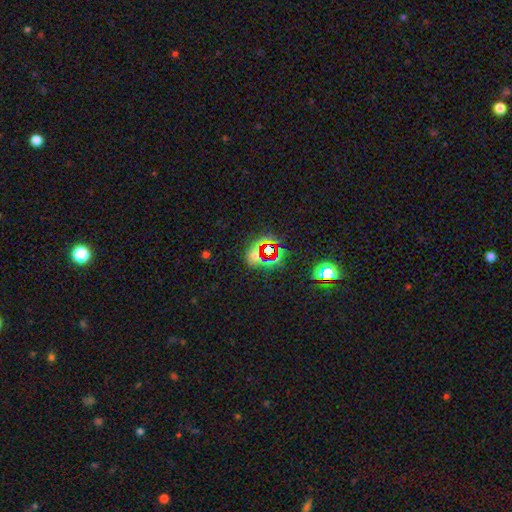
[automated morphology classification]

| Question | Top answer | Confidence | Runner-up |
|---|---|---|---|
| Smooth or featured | star or artifact | 58% | smooth (30%) |